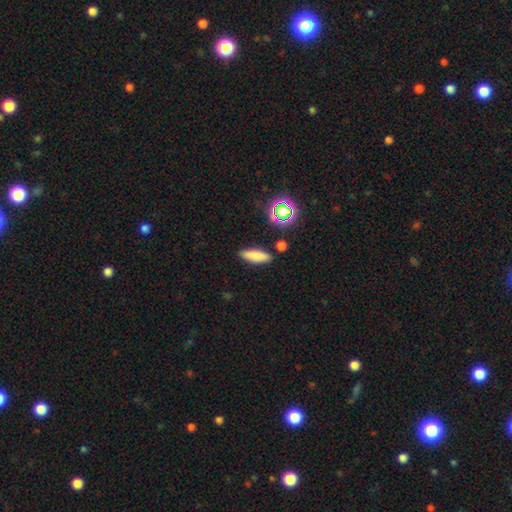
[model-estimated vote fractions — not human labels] Smooth or featured? smooth (79%)
How rounded? cigar-shaped (52%)
Merging? none (83%)